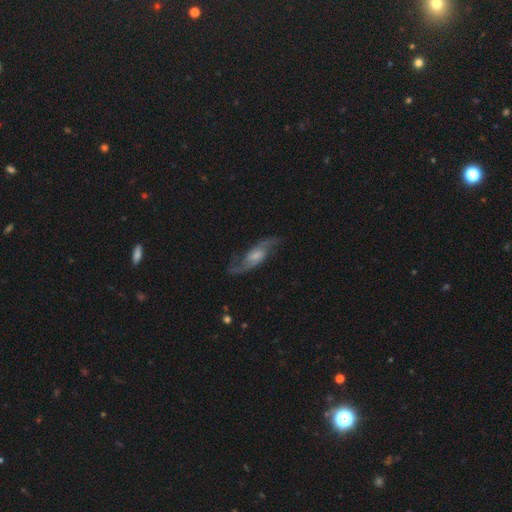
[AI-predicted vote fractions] smooth-or-featured: featured or disk: 85% | smooth: 9% | star or artifact: 5%
  disk-edge-on: no: 92% | yes: 8%
    bar: weak: 49% | no: 35% | strong: 15%
    has-spiral-arms: yes: 96% | no: 4%
      spiral-winding: loose: 52% | medium: 39% | tight: 9%
      spiral-arm-count: 2: 92% | can't tell: 3% | 1: 1% | 3: 1% | 4: 1% | more than 4: 1%
    bulge-size: moderate: 35% | small: 31% | none: 21% | large: 12% | dominant: 2%
  merging: none: 76% | minor disturbance: 15% | major disturbance: 8% | merger: 2%